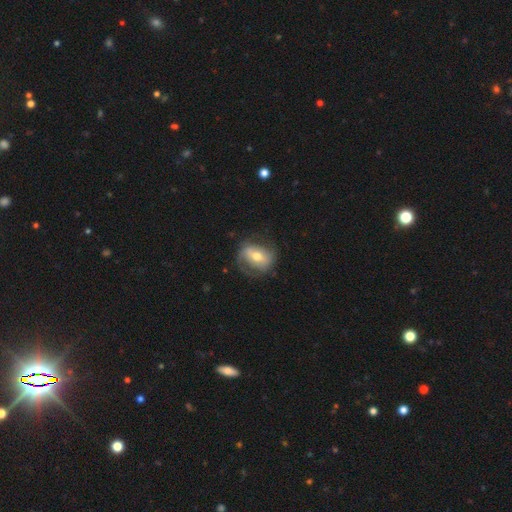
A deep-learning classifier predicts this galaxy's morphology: Smooth or featured?
  - featured or disk: 58% *
  - smooth: 35%
  - star or artifact: 6%
Edge-on disk?
  - no: 95% *
  - yes: 5%
Bar?
  - weak: 37% *
  - strong: 32%
  - no: 31%
Spiral arms?
  - yes: 64% *
  - no: 36%
Bulge size?
  - moderate: 72% *
  - small: 17%
  - large: 9%
  - dominant: 1%
  - none: 1%
Merging?
  - none: 58% *
  - minor disturbance: 24%
  - major disturbance: 16%
  - merger: 2%